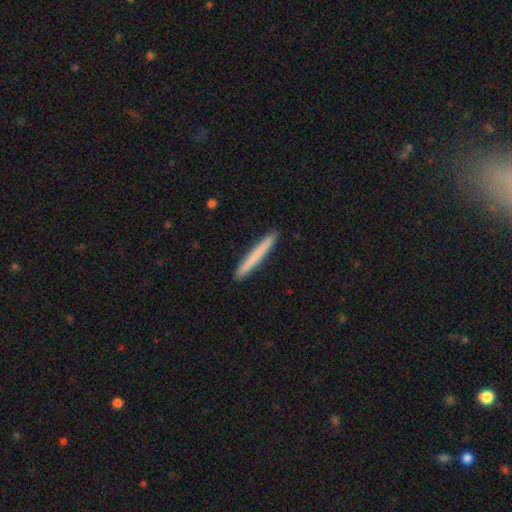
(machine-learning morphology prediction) Smooth or featured? smooth (73%)
How rounded? cigar-shaped (97%)
Merging? none (93%)